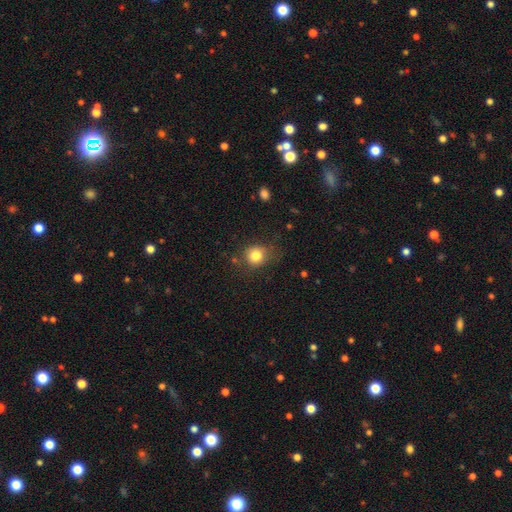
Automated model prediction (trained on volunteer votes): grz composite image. It shows a smooth galaxy with no disk features (82%) that is round (84%). Merging: none (74%).